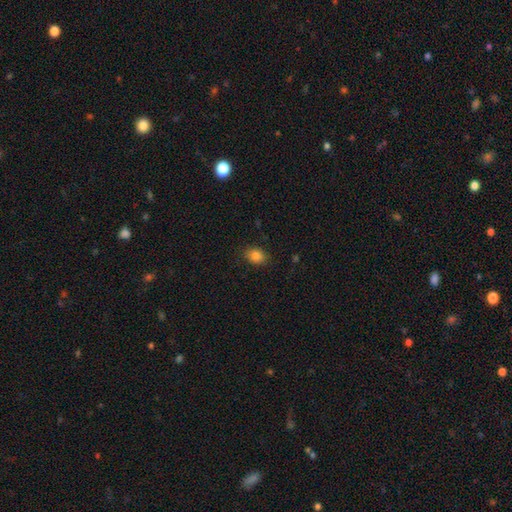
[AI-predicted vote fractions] This appears to be a smooth galaxy with no disk features (85%) that is in between round and cigar-shaped (64%). Merging: none (85%).